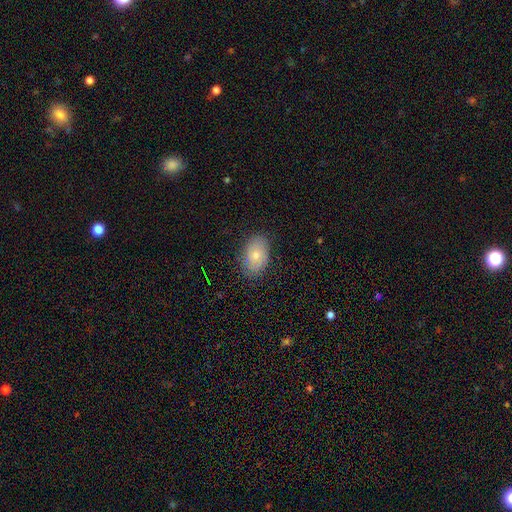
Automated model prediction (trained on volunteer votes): Smooth or featured? Predicted: smooth (p=0.73). How rounded? Predicted: in between (p=0.89). Merging? Predicted: none (p=0.82).